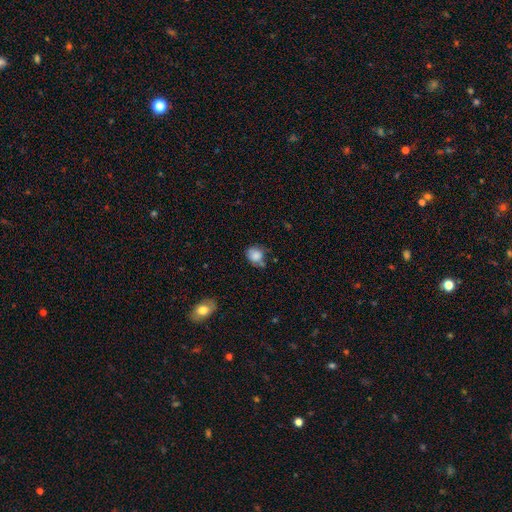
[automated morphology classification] Q: Smooth or featured?
A: smooth (83%); runner-up: star or artifact (10%)
Q: How rounded?
A: round (73%); runner-up: in between (26%)
Q: Merging?
A: none (56%); runner-up: minor disturbance (27%)